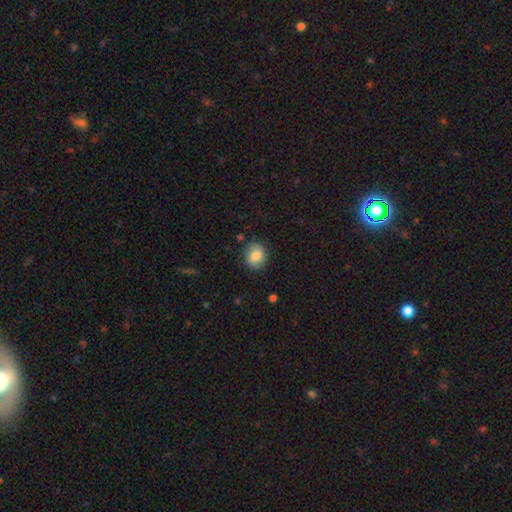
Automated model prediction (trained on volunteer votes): The model was most divided on "how rounded": round: 68%, in between: 31%, cigar-shaped: 1%. More confident: merging — none (82%); smooth or featured — smooth (80%).